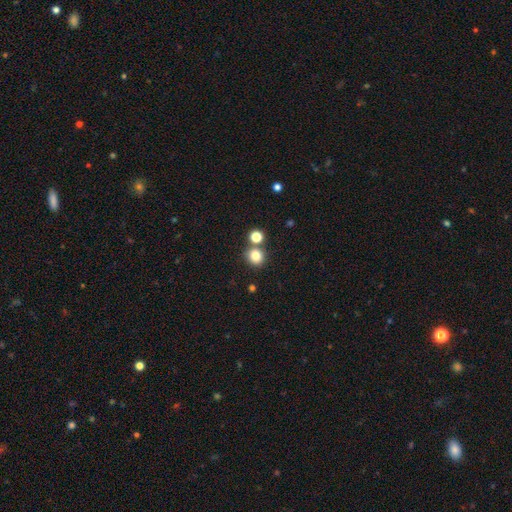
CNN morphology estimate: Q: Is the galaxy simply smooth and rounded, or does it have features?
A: smooth — 81%.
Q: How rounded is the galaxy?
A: round — 88%.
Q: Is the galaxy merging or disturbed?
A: none — 73%.